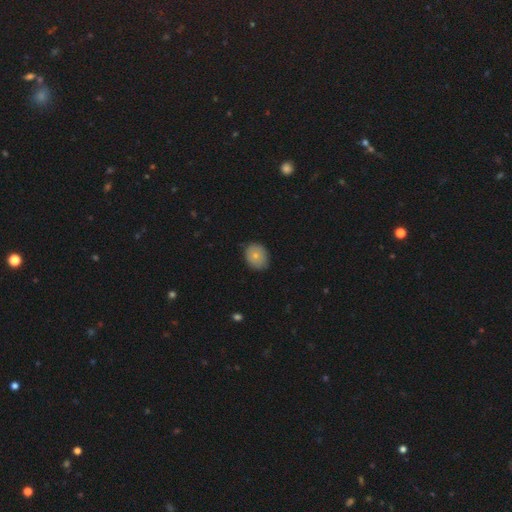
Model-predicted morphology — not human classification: Smooth or featured? smooth (73%)
How rounded? round (54%)
Merging? none (78%)